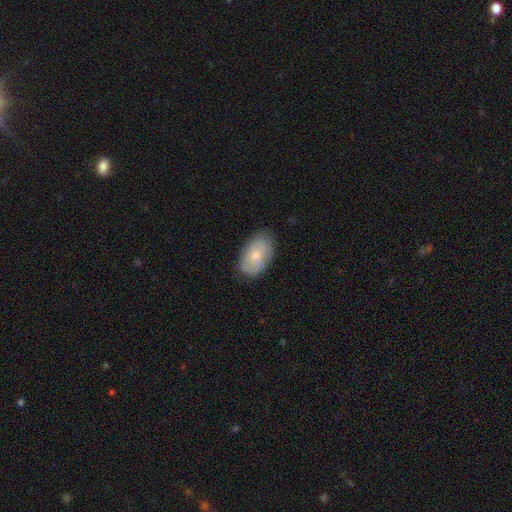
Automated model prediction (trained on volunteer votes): Overall: smooth (70%). How rounded: in between (92%). Merging: none (74%).